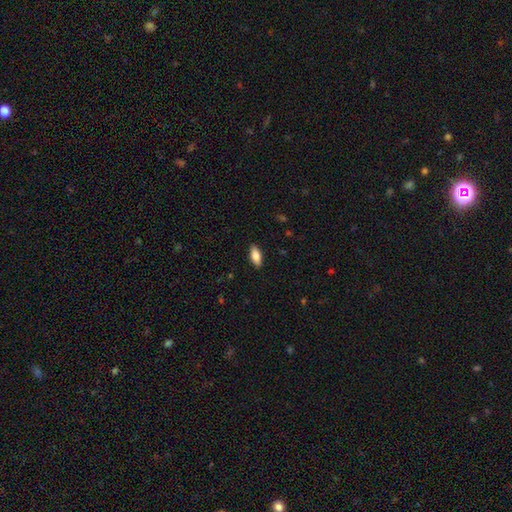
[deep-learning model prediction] Smooth or featured? smooth (80%)
How rounded? in between (81%)
Merging? none (89%)